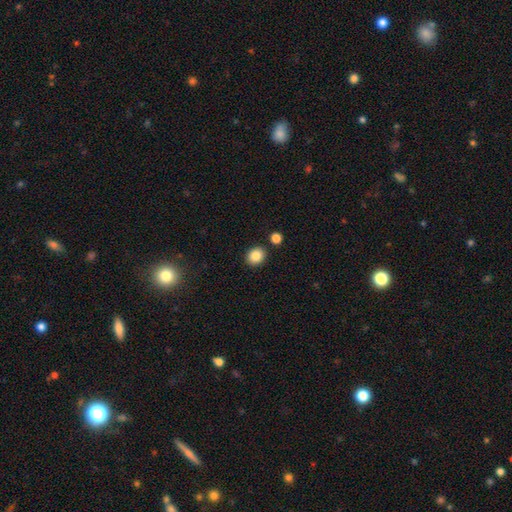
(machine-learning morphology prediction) smooth 86%, star or artifact 9%, featured or disk 5%. Down the decision tree: how rounded — round (61%); merging — none (86%).